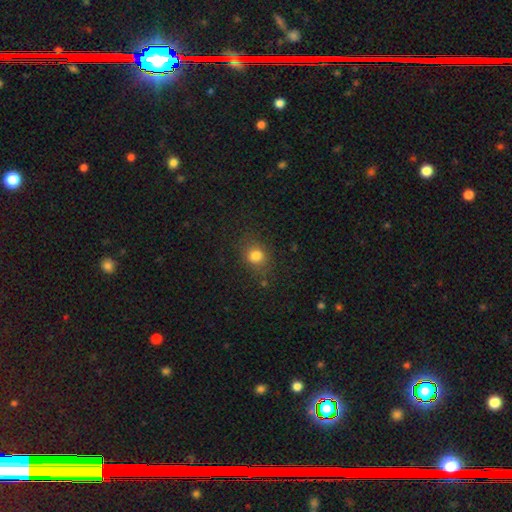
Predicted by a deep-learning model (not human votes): A smooth galaxy with no disk features (80%) that is round (66%). Merging: none (79%).